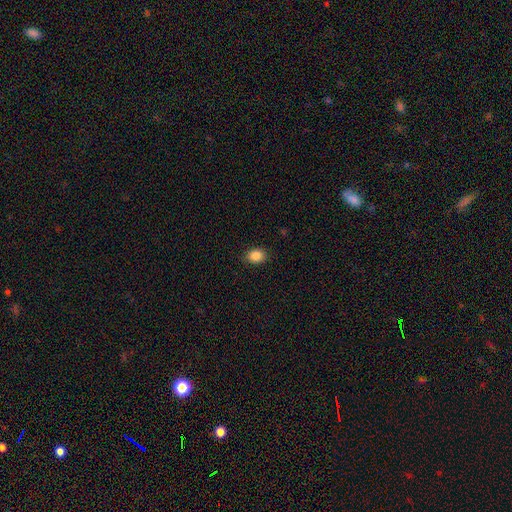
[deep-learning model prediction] Smooth or featured? Predicted: smooth (p=0.87). How rounded? Predicted: in between (p=0.64). Merging? Predicted: none (p=0.87).